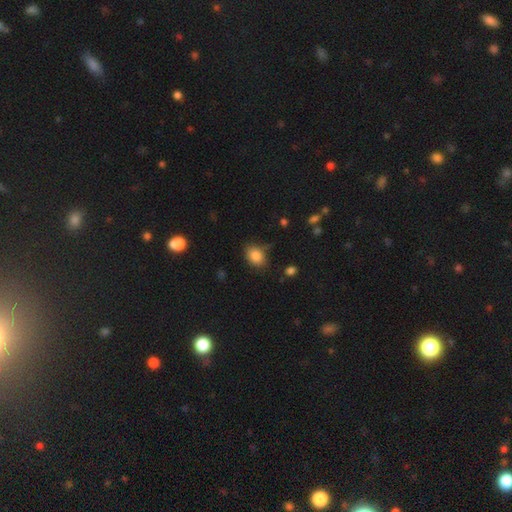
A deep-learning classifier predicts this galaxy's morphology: Smooth or featured? smooth (85%)
How rounded? in between (67%)
Merging? none (75%)